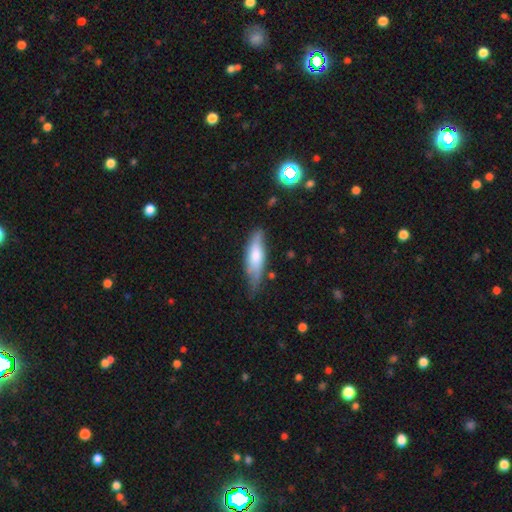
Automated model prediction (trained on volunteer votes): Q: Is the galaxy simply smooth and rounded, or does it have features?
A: smooth — 59%.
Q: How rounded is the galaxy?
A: cigar-shaped — 52%.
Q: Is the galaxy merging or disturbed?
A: none — 57%.